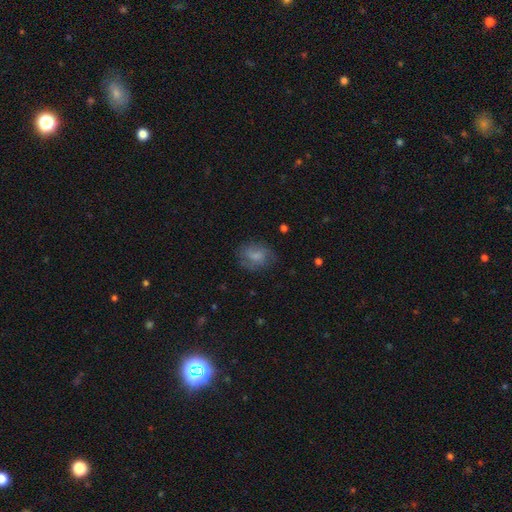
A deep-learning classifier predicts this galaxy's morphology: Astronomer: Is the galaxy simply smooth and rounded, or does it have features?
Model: smooth — 55% (runner-up: featured or disk, 35%).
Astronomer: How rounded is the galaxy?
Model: in between — 57% (runner-up: round, 41%).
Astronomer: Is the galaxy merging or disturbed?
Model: none — 67%.